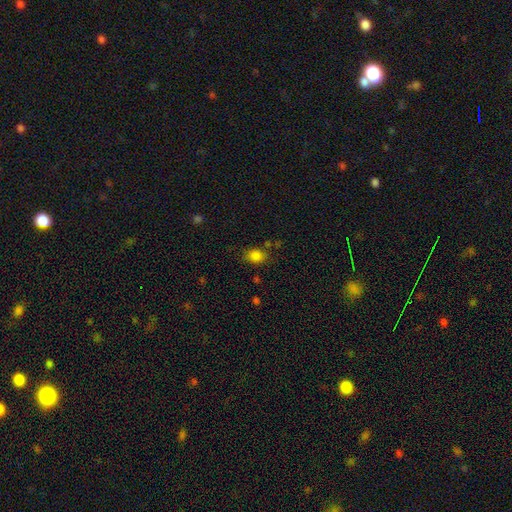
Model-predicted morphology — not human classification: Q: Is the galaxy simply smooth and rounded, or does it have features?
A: smooth — 82%.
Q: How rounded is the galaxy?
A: in between — 61%.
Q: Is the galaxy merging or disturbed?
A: none — 74%.